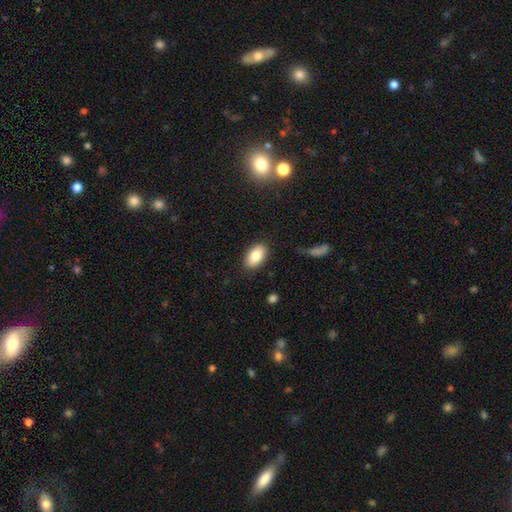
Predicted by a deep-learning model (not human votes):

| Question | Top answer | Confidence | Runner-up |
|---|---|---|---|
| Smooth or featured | smooth | 86% | featured or disk (7%) |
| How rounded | in between | 93% | round (6%) |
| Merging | none | 85% | minor disturbance (10%) |